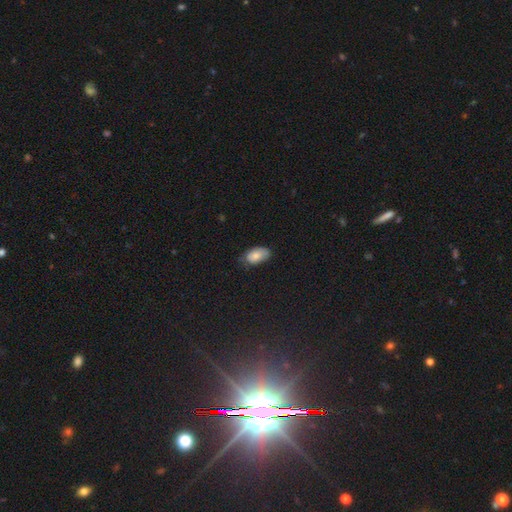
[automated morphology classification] type=smooth (79%); roundness=in between (94%); merging=none (63%).